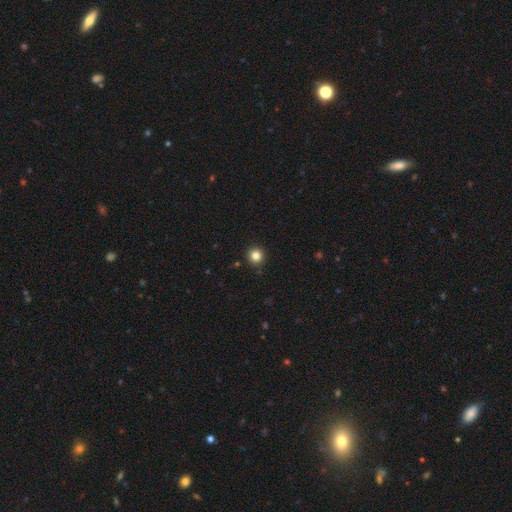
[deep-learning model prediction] The model was most divided on "smooth or featured": smooth: 82%, star or artifact: 12%, featured or disk: 5%. More confident: how rounded — round (94%); merging — none (92%).